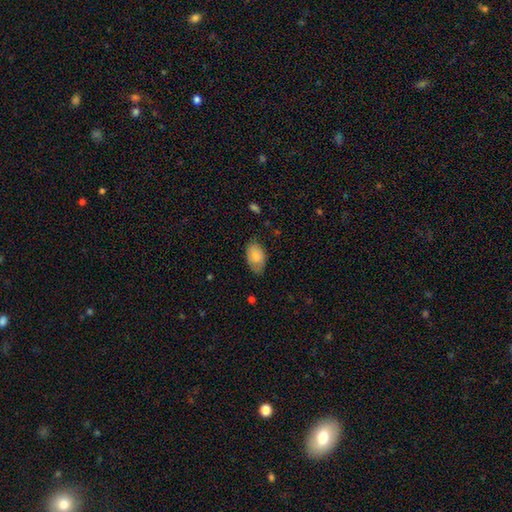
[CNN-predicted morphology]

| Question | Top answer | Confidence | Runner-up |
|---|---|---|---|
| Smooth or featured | smooth | 81% | featured or disk (13%) |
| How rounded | in between | 92% | round (6%) |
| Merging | none | 70% | minor disturbance (24%) |